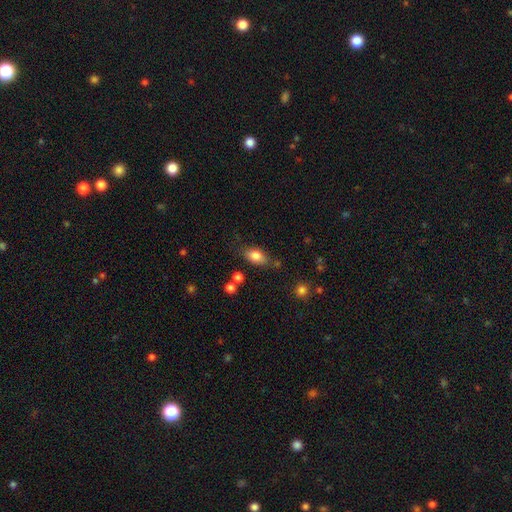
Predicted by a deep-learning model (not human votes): smooth 81%, featured or disk 11%, star or artifact 8%. Down the decision tree: how rounded — in between (86%); merging — none (68%).